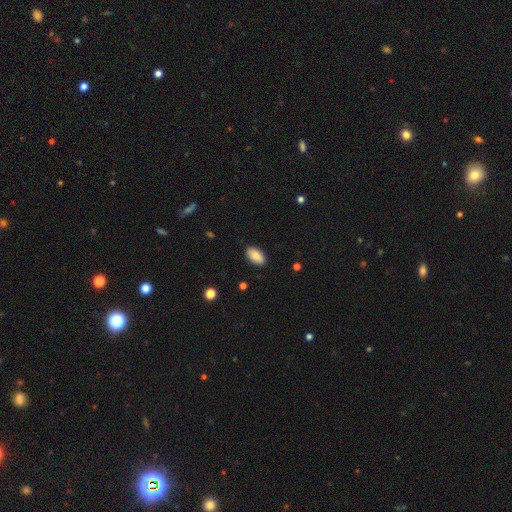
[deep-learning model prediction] Q: Smooth or featured?
A: smooth (83%); runner-up: featured or disk (10%)
Q: How rounded?
A: in between (94%); runner-up: round (4%)
Q: Merging?
A: none (87%); runner-up: minor disturbance (10%)